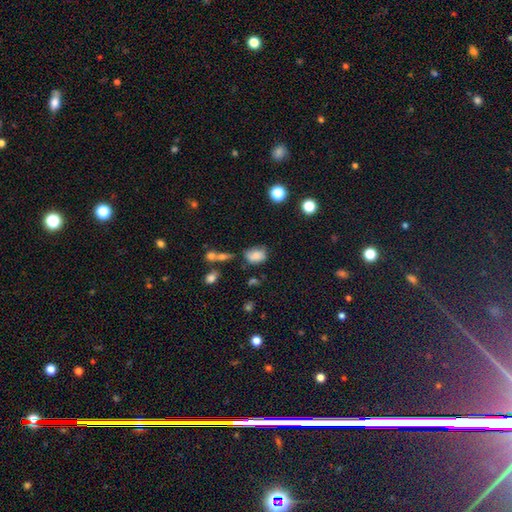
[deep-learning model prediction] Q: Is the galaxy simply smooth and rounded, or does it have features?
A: smooth — 79%.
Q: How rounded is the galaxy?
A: in between — 75%.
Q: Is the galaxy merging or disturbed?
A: none — 52%.